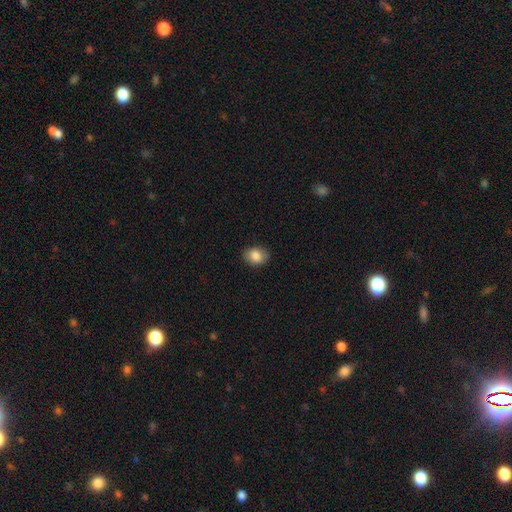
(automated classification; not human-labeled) The model was most divided on "how rounded": in between: 66%, round: 33%, cigar-shaped: 1%. More confident: merging — none (83%); smooth or featured — smooth (83%).